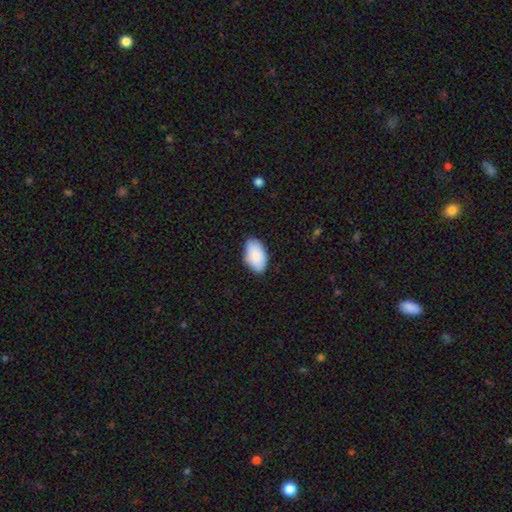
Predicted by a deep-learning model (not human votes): smooth 87%, featured or disk 7%, star or artifact 6%. Down the decision tree: how rounded — in between (95%); merging — none (81%).